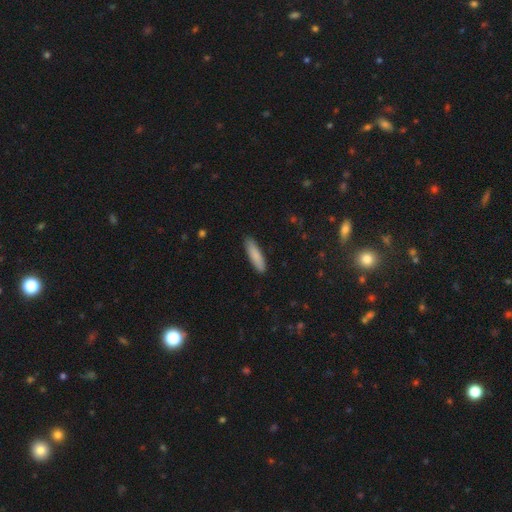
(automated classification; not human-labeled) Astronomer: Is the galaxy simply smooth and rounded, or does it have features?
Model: smooth — 86%.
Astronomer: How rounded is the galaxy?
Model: cigar-shaped — 72%.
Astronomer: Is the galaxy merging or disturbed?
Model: none — 89%.